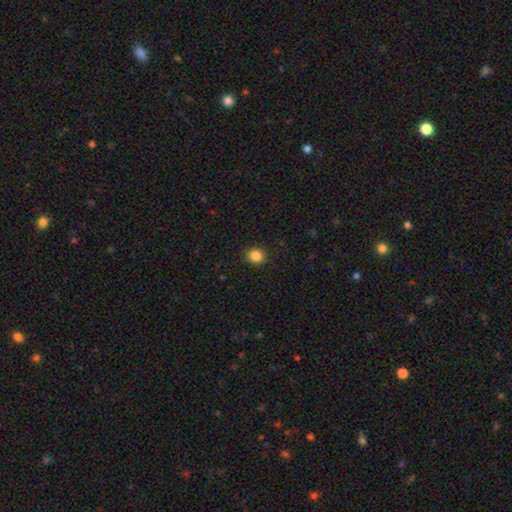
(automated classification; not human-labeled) A smooth galaxy with no disk features (86%) that is round (85%).

Vote fractions:
- Smooth or featured? smooth: 86% / star or artifact: 11% / featured or disk: 4%
- How rounded? round: 85% / in between: 14% / cigar-shaped: 1%
- Merging? none: 91% / minor disturbance: 6% / major disturbance: 2% / merger: 1%